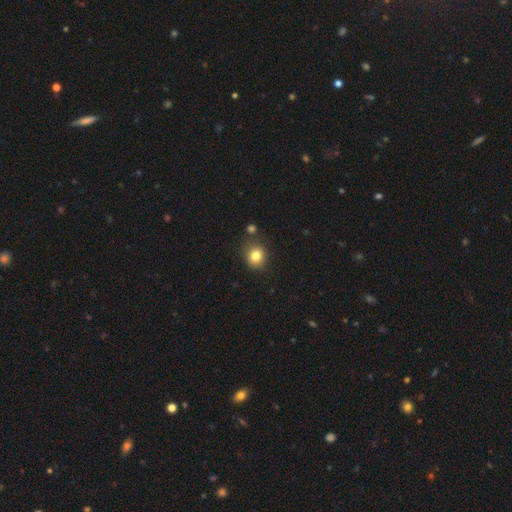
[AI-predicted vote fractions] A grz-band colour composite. It shows a smooth galaxy with no disk features (82%) that is round (80%). Merging: none (81%).